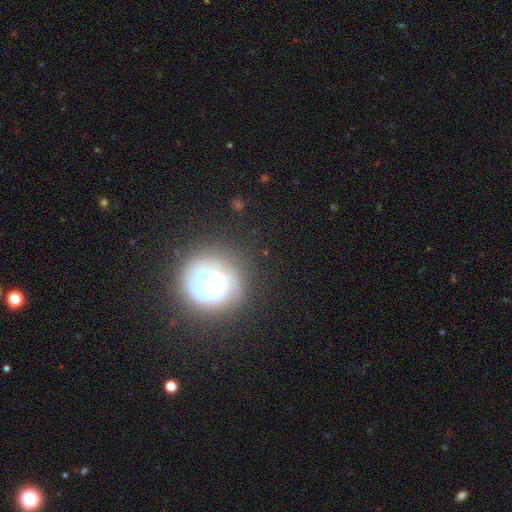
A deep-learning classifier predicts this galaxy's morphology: This is possibly a star or artifact rather than a galaxy (46%).